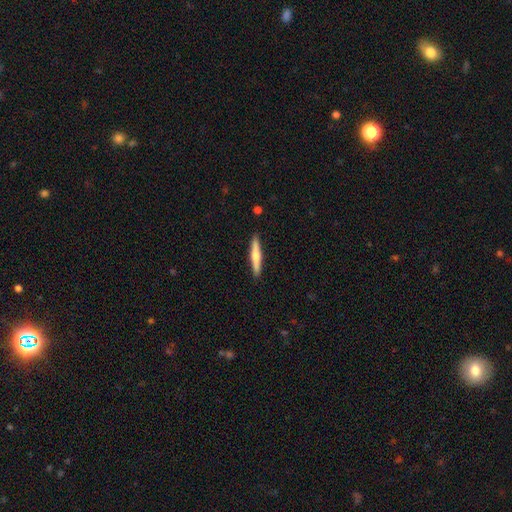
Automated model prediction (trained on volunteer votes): This appears to be a smooth galaxy with no disk features (57%) that is cigar-shaped (92%). Merging: none (90%).